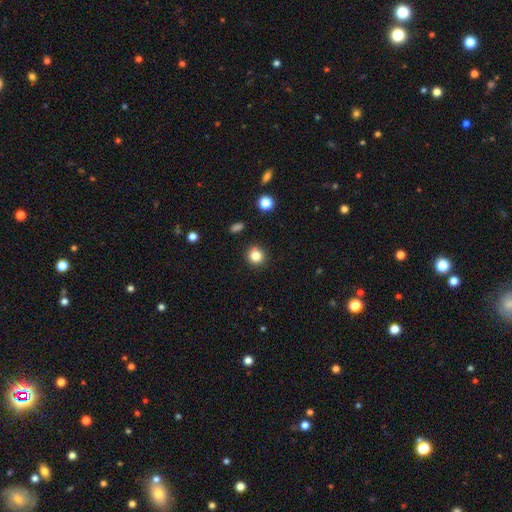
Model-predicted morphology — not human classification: Q: Smooth or featured?
A: smooth (83%); runner-up: star or artifact (12%)
Q: How rounded?
A: round (88%); runner-up: in between (11%)
Q: Merging?
A: none (88%); runner-up: minor disturbance (8%)